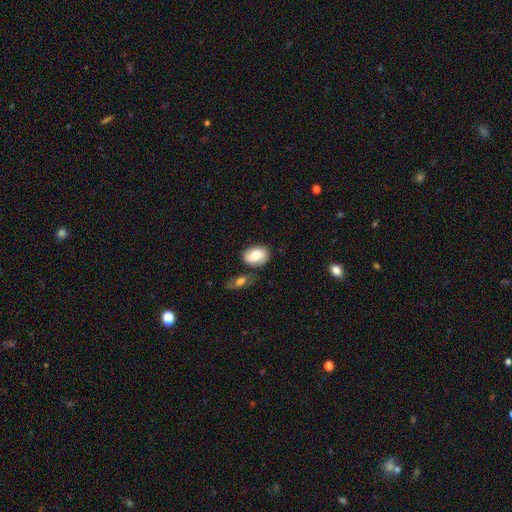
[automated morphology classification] smooth_or_featured: smooth (p=0.73) [alt: featured or disk p=0.20]
how_rounded: in between (p=0.75) [alt: round p=0.23]
merging: none (p=0.66) [alt: minor disturbance p=0.18]